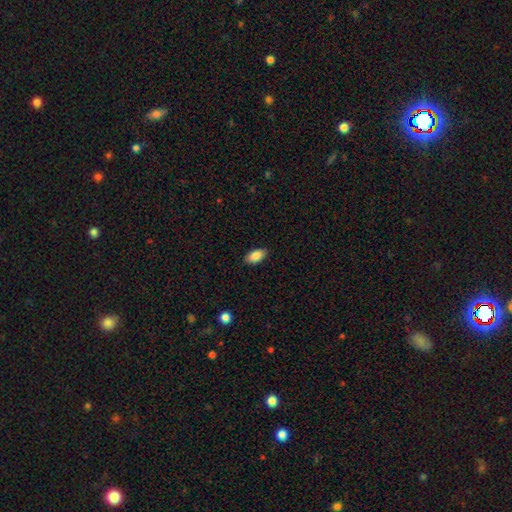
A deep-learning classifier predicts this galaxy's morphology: A smooth galaxy with no disk features (87%) that is in between round and cigar-shaped (93%). Merging: none (88%).